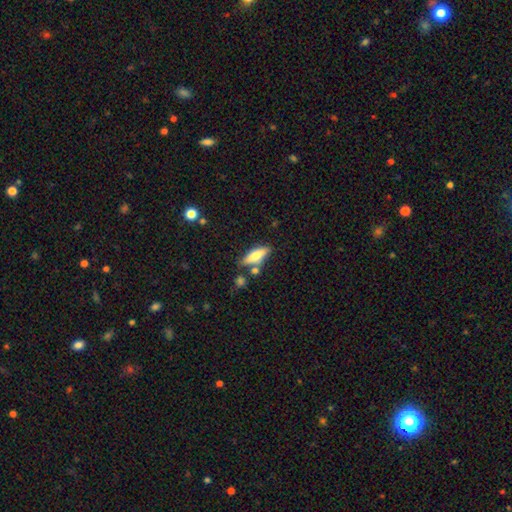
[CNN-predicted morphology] smooth_or_featured: smooth (p=0.62) [alt: featured or disk p=0.31]
how_rounded: in between (p=0.57) [alt: cigar-shaped p=0.41]
merging: none (p=0.69) [alt: minor disturbance p=0.15]